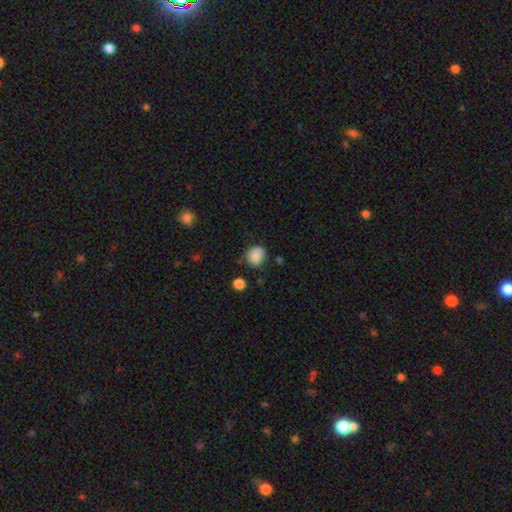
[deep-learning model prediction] smooth_or_featured: smooth (p=0.84) [alt: star or artifact p=0.09]
how_rounded: round (p=0.74) [alt: in between p=0.25]
merging: none (p=0.66) [alt: minor disturbance p=0.24]